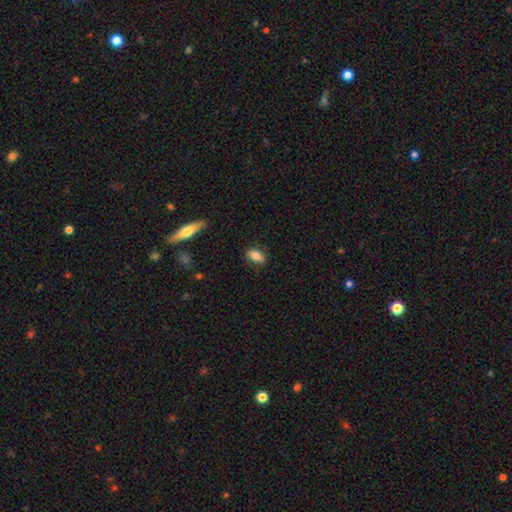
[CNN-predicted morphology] The model was most divided on "merging": none: 81%, minor disturbance: 14%, major disturbance: 3%, merger: 1%. More confident: how rounded — in between (86%); smooth or featured — smooth (79%).